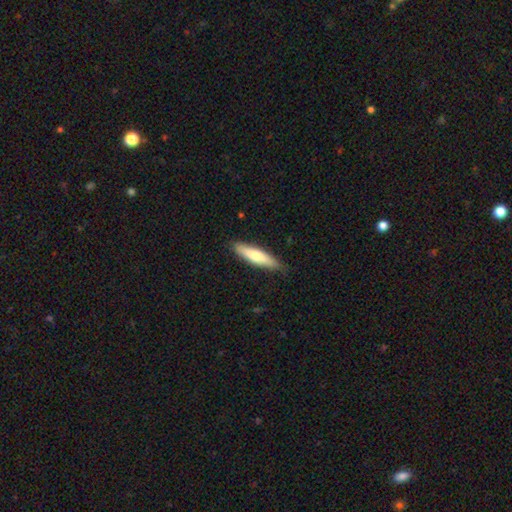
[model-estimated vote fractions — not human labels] smooth_or_featured: smooth (p=0.61) [alt: featured or disk p=0.34]
how_rounded: cigar-shaped (p=0.75) [alt: in between p=0.24]
merging: none (p=0.86) [alt: minor disturbance p=0.12]